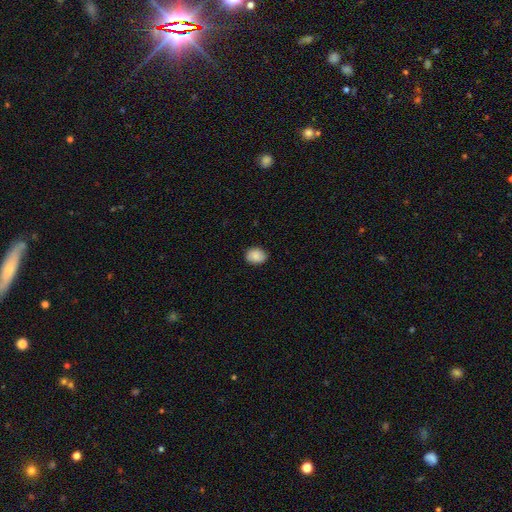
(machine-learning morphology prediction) Overall: smooth (84%). How rounded: in between (54%; round 45%). Merging: none (85%).